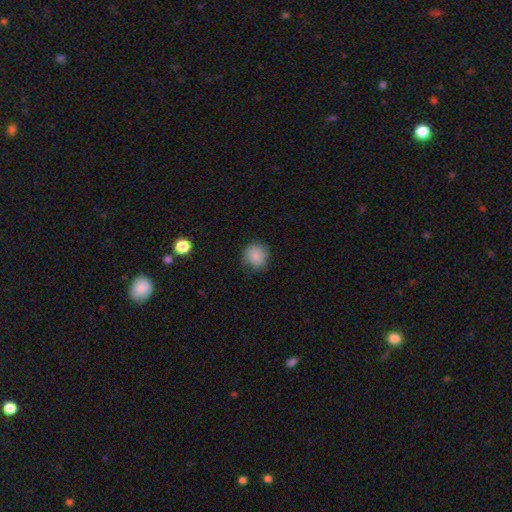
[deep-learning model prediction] smooth_or_featured: smooth (p=0.86) [alt: star or artifact p=0.09]
how_rounded: round (p=0.88) [alt: in between p=0.11]
merging: none (p=0.80) [alt: minor disturbance p=0.15]